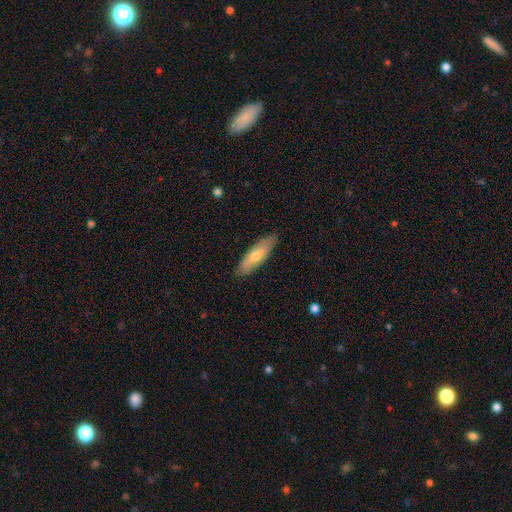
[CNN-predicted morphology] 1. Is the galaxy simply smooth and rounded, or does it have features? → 57% smooth, 36% featured or disk, 7% star or artifact.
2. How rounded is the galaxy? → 62% cigar-shaped, 36% in between, 2% round.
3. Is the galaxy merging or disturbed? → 88% none, 9% minor disturbance, 2% major disturbance, 1% merger.